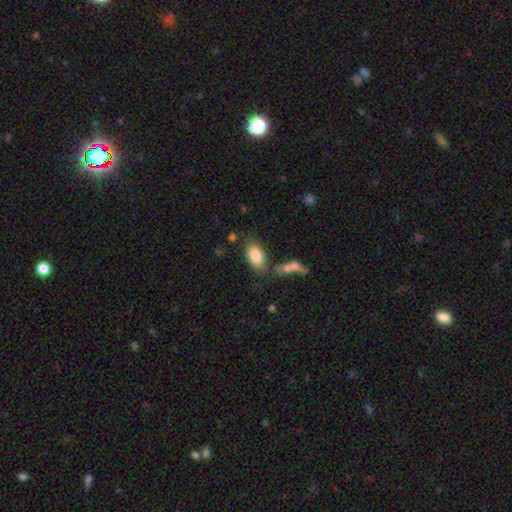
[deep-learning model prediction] Smooth or featured? smooth (84%)
How rounded? in between (92%)
Merging? none (73%)